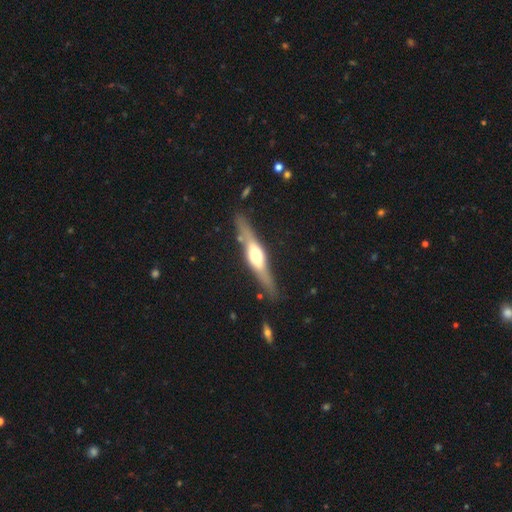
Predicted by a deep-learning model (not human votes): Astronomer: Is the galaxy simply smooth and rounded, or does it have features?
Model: featured or disk — 70%.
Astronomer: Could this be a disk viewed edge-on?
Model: yes — 95%.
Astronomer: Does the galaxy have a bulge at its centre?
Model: rounded — 88%.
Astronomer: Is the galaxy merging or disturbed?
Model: none — 83%.